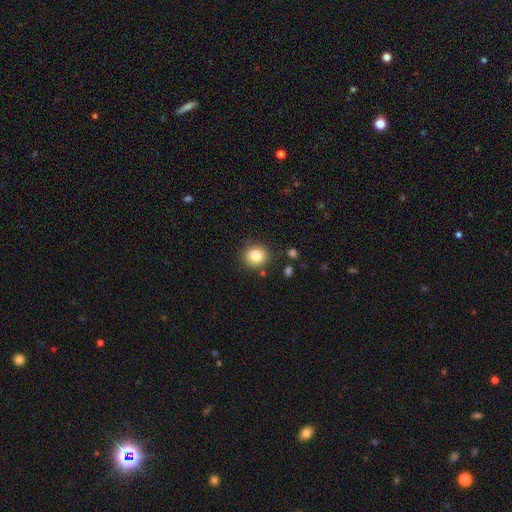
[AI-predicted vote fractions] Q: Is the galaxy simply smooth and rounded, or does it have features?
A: smooth — 82%.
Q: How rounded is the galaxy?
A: round — 84%.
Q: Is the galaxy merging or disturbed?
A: none — 85%.